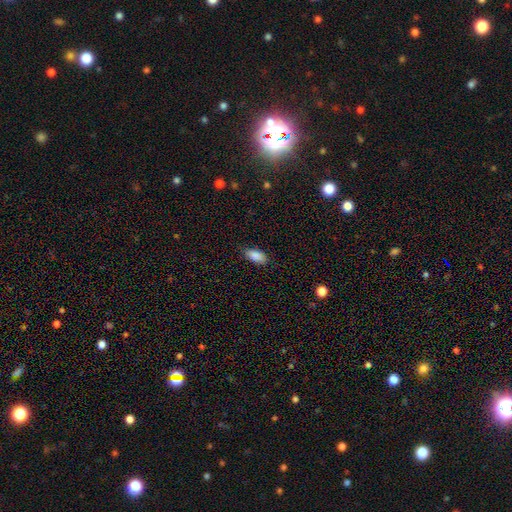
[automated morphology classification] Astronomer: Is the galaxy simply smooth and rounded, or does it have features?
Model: smooth — 87%.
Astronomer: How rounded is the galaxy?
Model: in between — 91%.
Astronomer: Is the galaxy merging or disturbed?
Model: none — 81%.